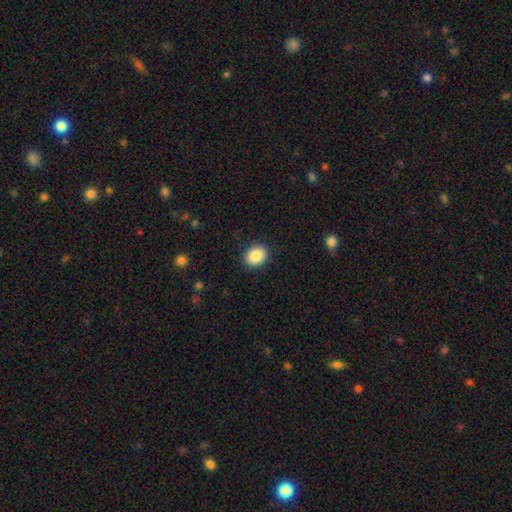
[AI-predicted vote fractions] Overall: smooth (88%). How rounded: in between (50%; round 49%). Merging: none (89%).